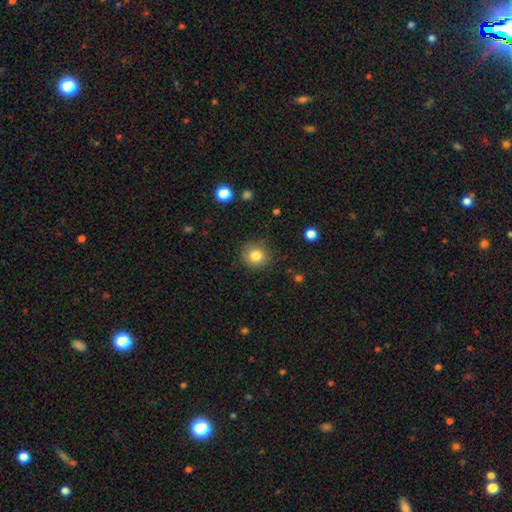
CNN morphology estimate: A smooth galaxy with no disk features (83%) that is round (87%).

Vote fractions:
- Smooth or featured? smooth: 83% / star or artifact: 10% / featured or disk: 7%
- How rounded? round: 87% / in between: 12% / cigar-shaped: 1%
- Merging? none: 84% / minor disturbance: 11% / major disturbance: 3% / merger: 1%